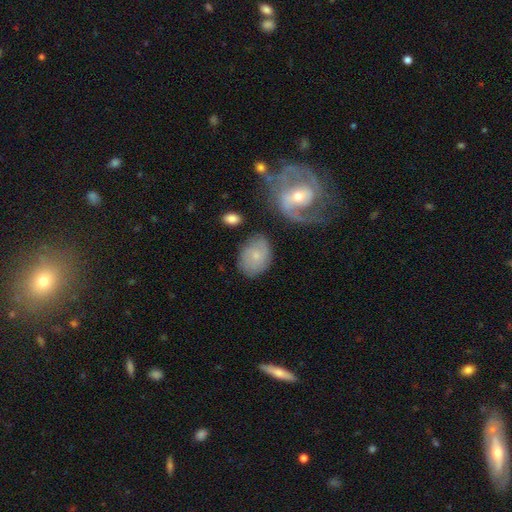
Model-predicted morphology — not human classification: Q: Smooth or featured?
A: smooth (61%); runner-up: featured or disk (32%)
Q: How rounded?
A: in between (68%); runner-up: round (31%)
Q: Merging?
A: none (70%); runner-up: minor disturbance (17%)